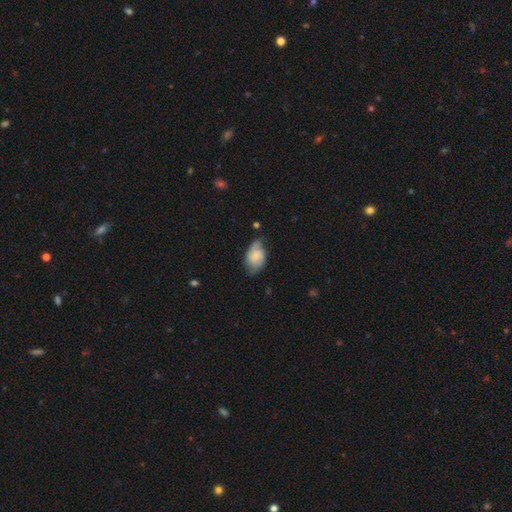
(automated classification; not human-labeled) smooth-or-featured: featured or disk: 51% | smooth: 41% | star or artifact: 7%
  disk-edge-on: no: 96% | yes: 4%
  merging: none: 53% | minor disturbance: 33% | major disturbance: 12% | merger: 2%